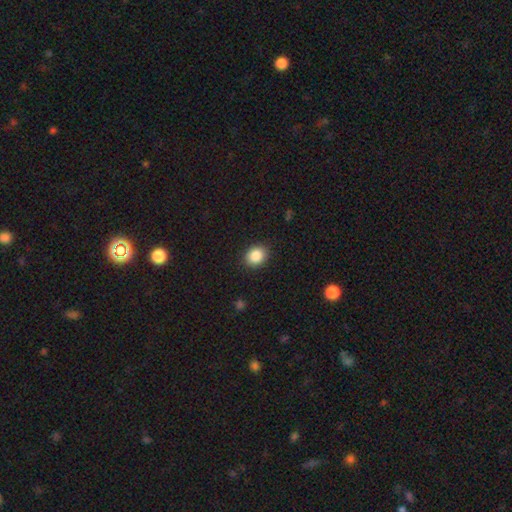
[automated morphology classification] Smooth or featured?
  - smooth: 87% *
  - star or artifact: 9%
  - featured or disk: 4%
How rounded?
  - round: 58% *
  - in between: 41%
  - cigar-shaped: 1%
Merging?
  - none: 88% *
  - minor disturbance: 9%
  - major disturbance: 2%
  - merger: 1%